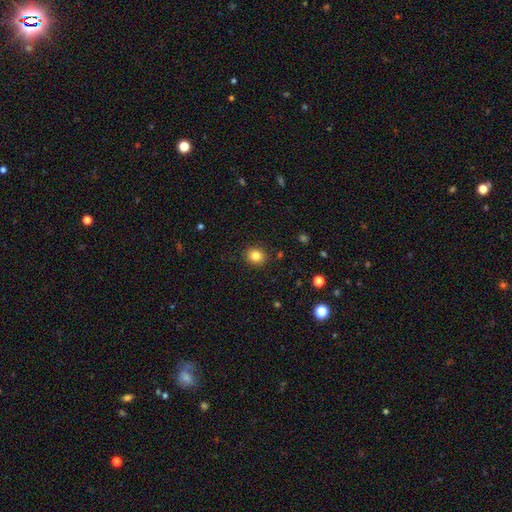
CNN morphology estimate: smooth-or-featured: smooth: 83% | star or artifact: 11% | featured or disk: 6%
  how-rounded: round: 75% | in between: 24% | cigar-shaped: 1%
  merging: none: 90% | minor disturbance: 7% | major disturbance: 2% | merger: 1%